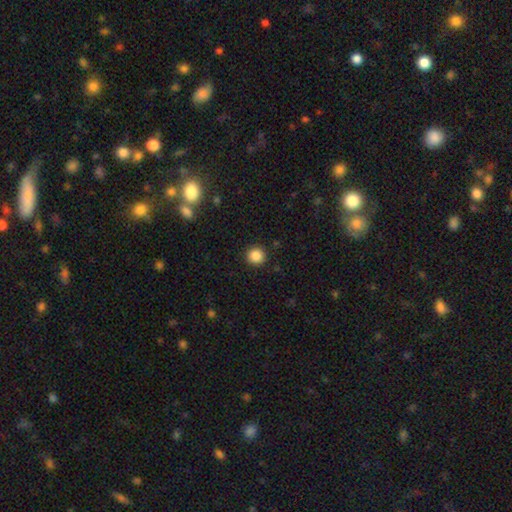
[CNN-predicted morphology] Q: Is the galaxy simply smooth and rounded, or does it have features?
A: smooth — 86%.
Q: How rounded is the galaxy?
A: round — 94%.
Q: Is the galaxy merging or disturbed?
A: none — 92%.